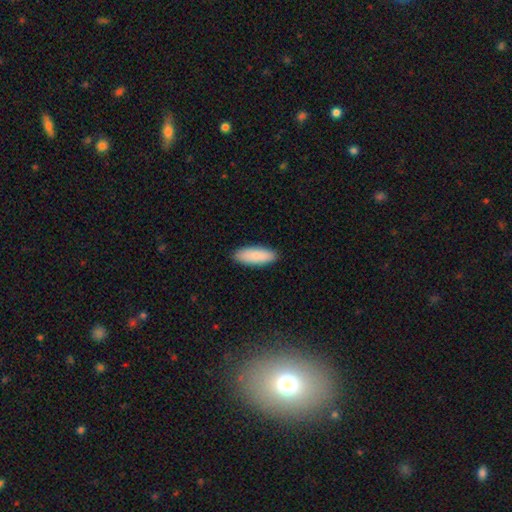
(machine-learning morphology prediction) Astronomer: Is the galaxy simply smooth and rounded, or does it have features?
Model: smooth — 89%.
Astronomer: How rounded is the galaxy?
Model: in between — 71%.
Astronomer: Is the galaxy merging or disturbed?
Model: none — 90%.